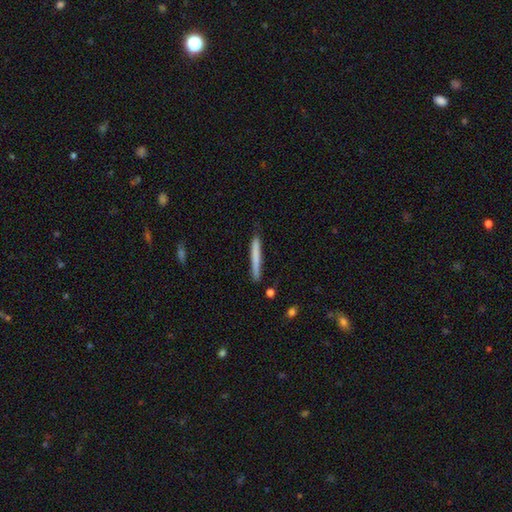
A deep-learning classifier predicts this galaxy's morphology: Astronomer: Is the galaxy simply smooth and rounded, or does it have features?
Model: smooth — 71%.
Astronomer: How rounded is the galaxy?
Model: cigar-shaped — 97%.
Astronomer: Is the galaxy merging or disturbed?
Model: none — 86%.